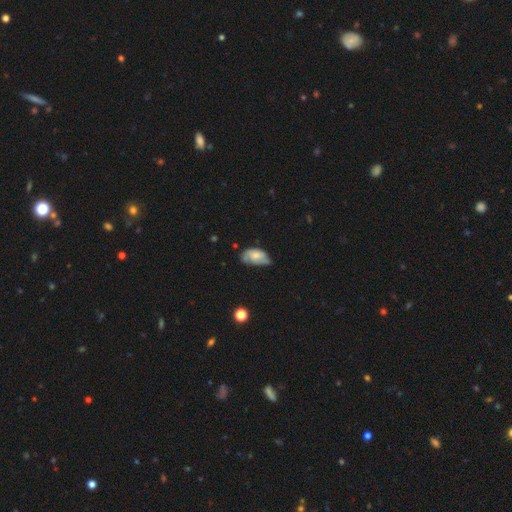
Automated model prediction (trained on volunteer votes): A smooth galaxy with no disk features (54%) that is in between round and cigar-shaped (92%).

Vote fractions:
- Smooth or featured? smooth: 54% / featured or disk: 39% / star or artifact: 8%
- How rounded? in between: 92% / round: 6% / cigar-shaped: 3%
- Merging? none: 43% / minor disturbance: 41% / major disturbance: 13% / merger: 3%